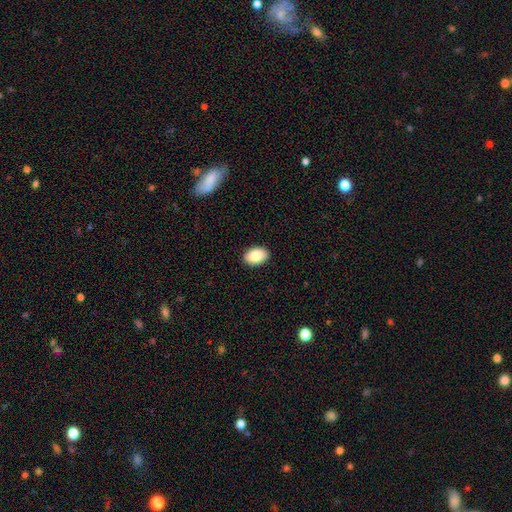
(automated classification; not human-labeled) smooth_or_featured: smooth (p=0.87) [alt: star or artifact p=0.07]
how_rounded: in between (p=0.88) [alt: round p=0.11]
merging: none (p=0.90) [alt: minor disturbance p=0.07]